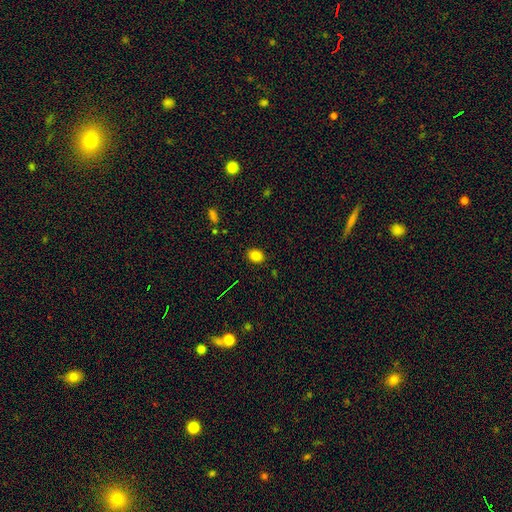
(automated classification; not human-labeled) Smooth or featured? Predicted: smooth (p=0.81). How rounded? Predicted: in between (p=0.57). Merging? Predicted: none (p=0.88).